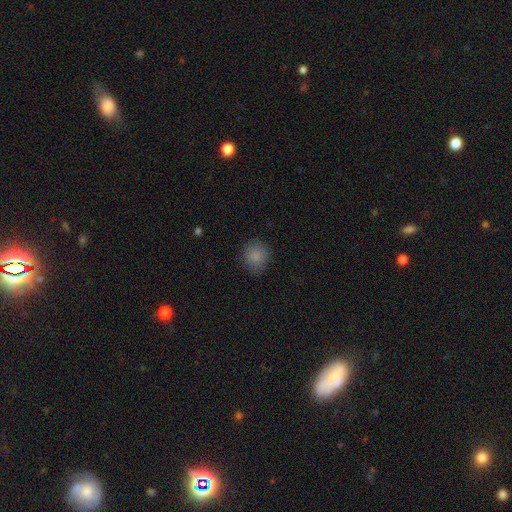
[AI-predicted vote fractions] A smooth galaxy with no disk features (86%) that is round (85%).

Vote fractions:
- Smooth or featured? smooth: 86% / star or artifact: 10% / featured or disk: 4%
- How rounded? round: 85% / in between: 14% / cigar-shaped: 1%
- Merging? none: 83% / minor disturbance: 12% / major disturbance: 3% / merger: 1%